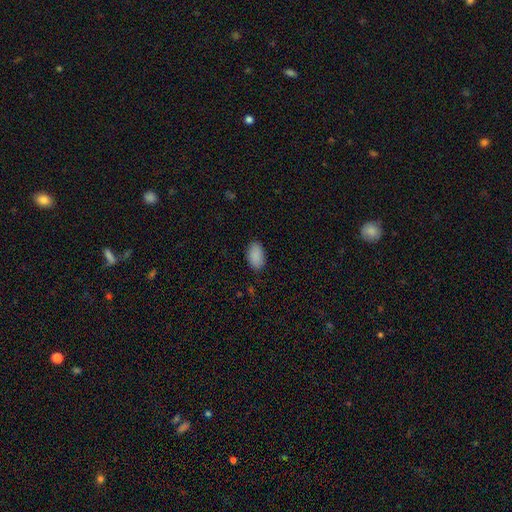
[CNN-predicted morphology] This appears to be a smooth galaxy with no disk features (90%) that is in between round and cigar-shaped (94%). Merging: none (86%).